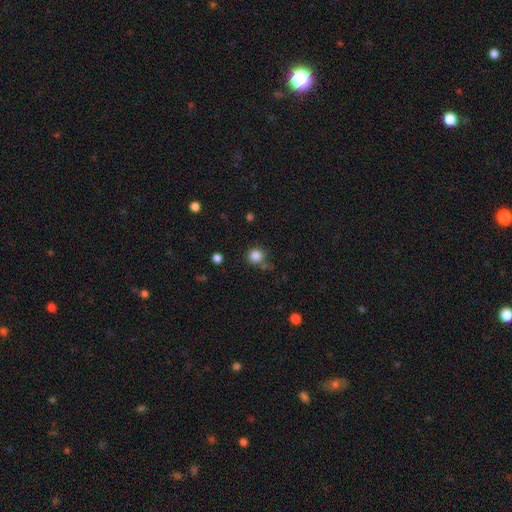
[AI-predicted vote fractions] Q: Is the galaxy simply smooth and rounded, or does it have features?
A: smooth — 84%.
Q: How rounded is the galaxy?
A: round — 91%.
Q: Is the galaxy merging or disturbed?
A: none — 73%.